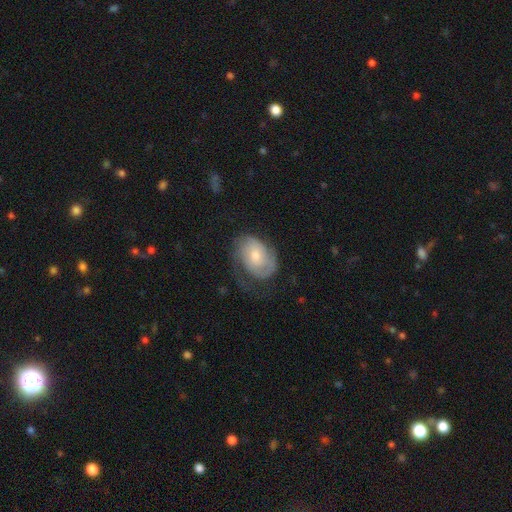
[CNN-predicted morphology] The model was most divided on "spiral winding": tight: 43%, medium: 37%, loose: 20%. Remaining: edge-on disk — no (97%); spiral arms — yes (87%); bar — no (69%); smooth or featured — featured or disk (62%); bulge size — moderate (52%); merging — none (50%); spiral arm count — 2 (50%).